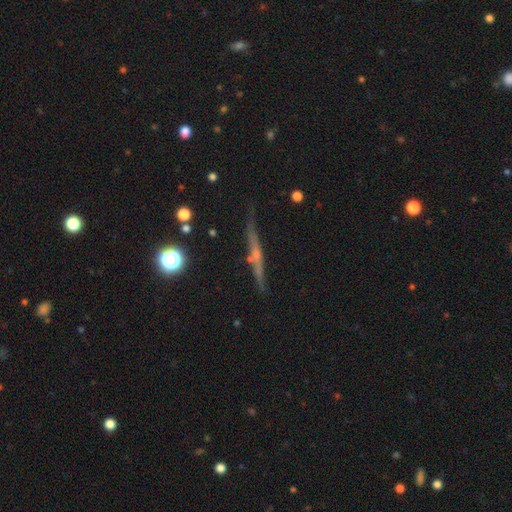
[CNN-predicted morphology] Smooth or featured? Predicted: featured or disk (p=0.62). Edge-on disk? Predicted: yes (p=0.95). Edge-on bulge? Predicted: none (p=0.51). Merging? Predicted: none (p=0.80).